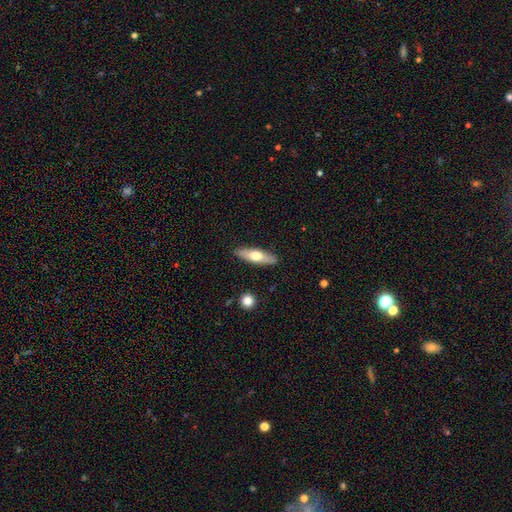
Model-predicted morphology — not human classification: The model was most divided on "smooth or featured": smooth: 57%, featured or disk: 38%, star or artifact: 5%. More confident: merging — none (88%); how rounded — cigar-shaped (60%).